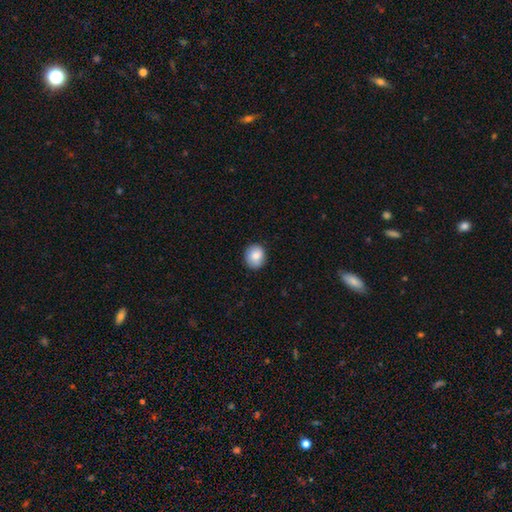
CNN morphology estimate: type=smooth (84%); roundness=round (75%); merging=none (86%).